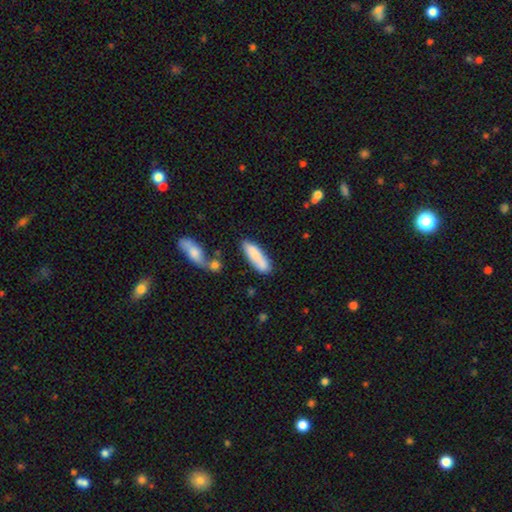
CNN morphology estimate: This is clearly a smooth galaxy (82%). How rounded: possibly cigar-shaped (54%). Merging: likely none (64%).